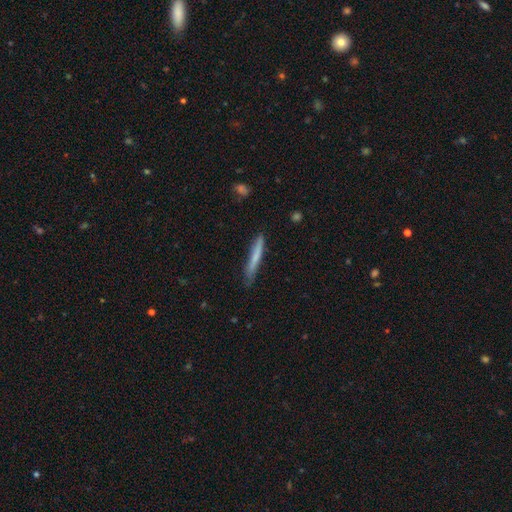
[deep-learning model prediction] Smooth or featured?
  - smooth: 69% *
  - featured or disk: 25%
  - star or artifact: 6%
How rounded?
  - cigar-shaped: 96% *
  - in between: 3%
  - round: 1%
Merging?
  - none: 78% *
  - minor disturbance: 17%
  - major disturbance: 3%
  - merger: 2%